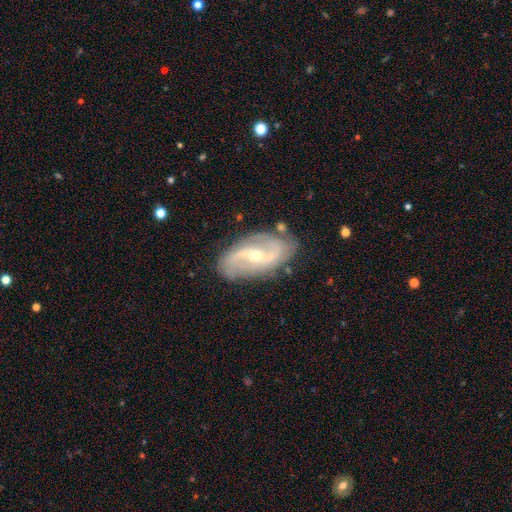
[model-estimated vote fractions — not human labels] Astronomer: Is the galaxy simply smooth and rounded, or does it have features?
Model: featured or disk — 87%.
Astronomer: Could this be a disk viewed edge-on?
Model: no — 95%.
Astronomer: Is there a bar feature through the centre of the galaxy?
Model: weak — 41% (runner-up: strong, 32%).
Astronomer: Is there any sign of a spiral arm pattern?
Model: yes — 95%.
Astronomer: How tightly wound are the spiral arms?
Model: loose — 47% (runner-up: medium, 37%).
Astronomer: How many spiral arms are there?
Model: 2 — 89%.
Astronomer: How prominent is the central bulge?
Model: small — 54% (runner-up: moderate, 43%).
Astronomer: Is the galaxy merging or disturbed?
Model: none — 80%.